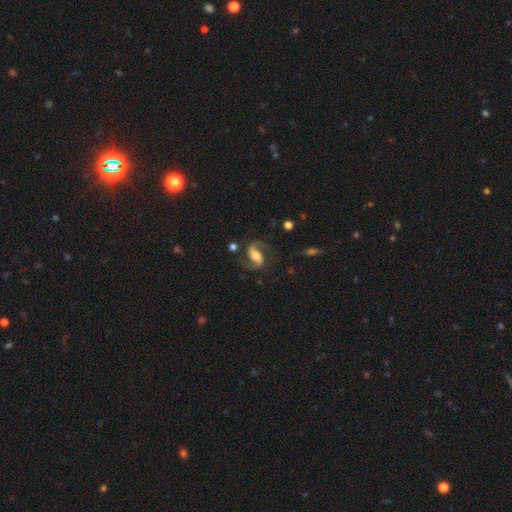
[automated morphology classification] A featured or disk galaxy (87%) with a strong bar (43%), 2 (93%) medium (53%) spiral arms (96%) and a moderate central bulge (63%). Merging: none (77%).